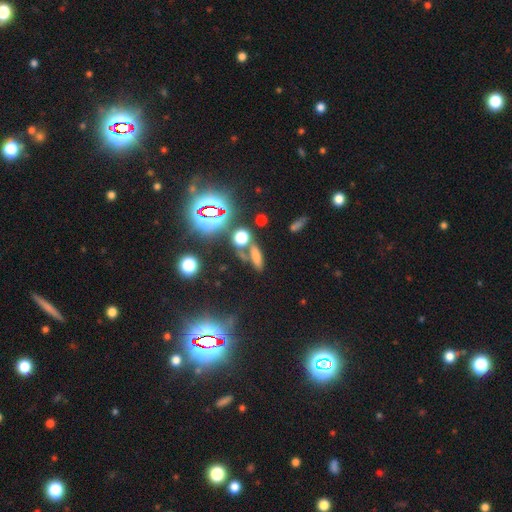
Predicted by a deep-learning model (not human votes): This is possibly a smooth galaxy (59%). How rounded: marginally cigar-shaped (43%). Merging: possibly none (60%).